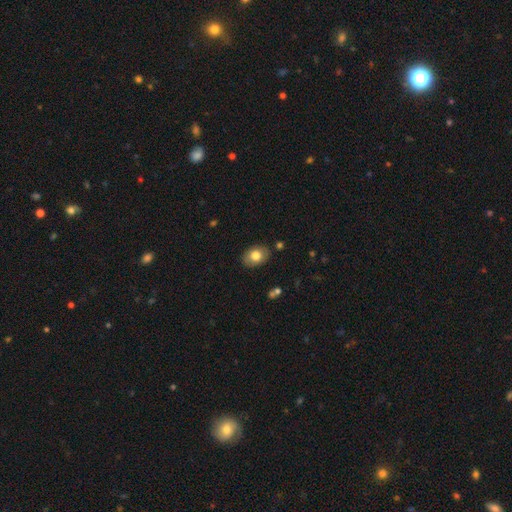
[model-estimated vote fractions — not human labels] Overall: smooth (79%). How rounded: in between (75%). Merging: none (85%).